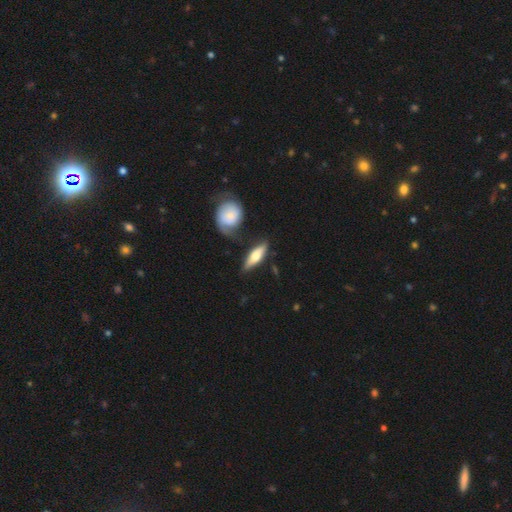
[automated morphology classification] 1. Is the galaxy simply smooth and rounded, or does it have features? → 51% smooth, 43% featured or disk, 6% star or artifact.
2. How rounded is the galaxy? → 52% in between, 44% cigar-shaped, 3% round.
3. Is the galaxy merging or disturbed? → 69% none, 17% minor disturbance, 8% merger, 6% major disturbance.